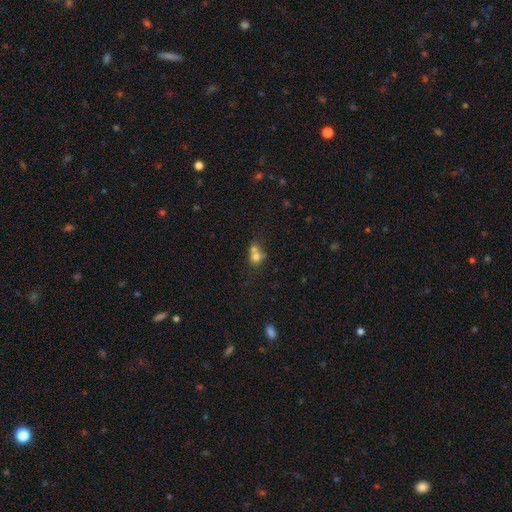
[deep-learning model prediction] smooth_or_featured: smooth (p=0.69) [alt: featured or disk p=0.17]
how_rounded: round (p=0.71) [alt: in between p=0.28]
merging: merger (p=0.59) [alt: none p=0.28]